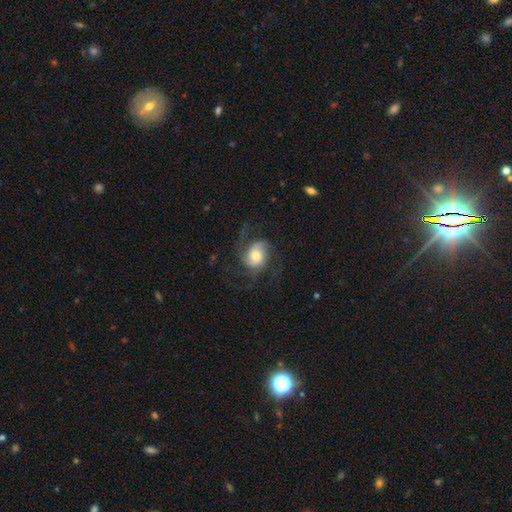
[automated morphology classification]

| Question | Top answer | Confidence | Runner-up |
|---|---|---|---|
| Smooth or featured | featured or disk | 75% | smooth (18%) |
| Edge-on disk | no | 98% | yes (2%) |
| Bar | no | 68% | weak (26%) |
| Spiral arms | yes | 95% | no (5%) |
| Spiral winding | medium | 46% | loose (33%) |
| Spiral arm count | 3 | 34% | 2 (30%) |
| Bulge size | moderate | 50% | large (32%) |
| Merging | none | 59% | major disturbance (22%) |